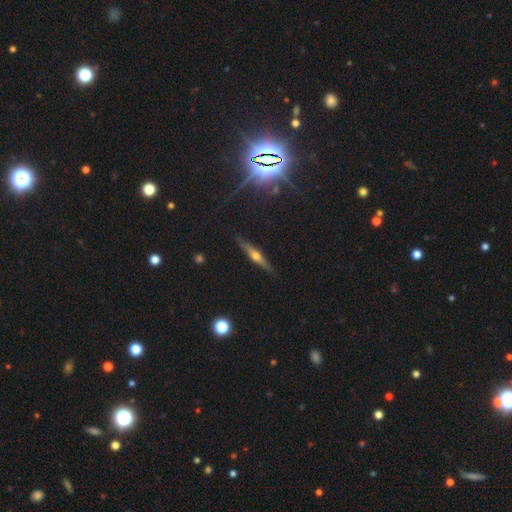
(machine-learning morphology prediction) The model was most divided on "smooth or featured": featured or disk: 66%, smooth: 25%, star or artifact: 8%. More confident: edge-on disk — yes (96%); edge-on bulge — rounded (91%); merging — none (88%).